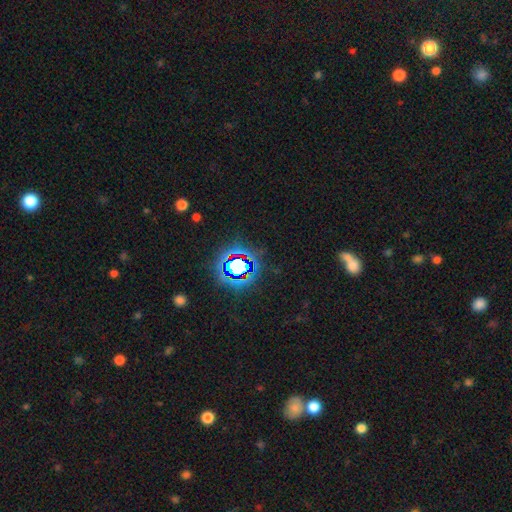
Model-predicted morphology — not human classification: Overall: star or artifact (77%).